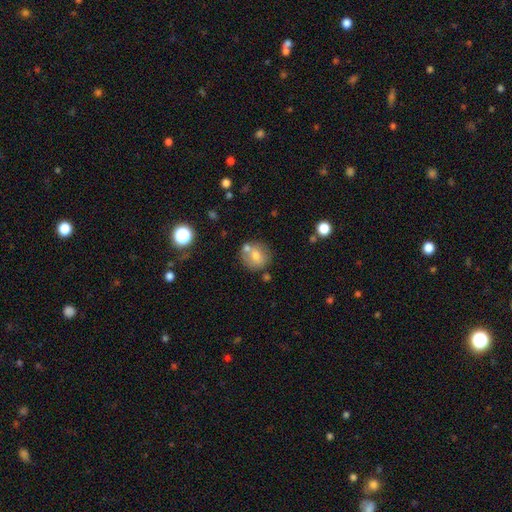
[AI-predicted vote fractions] This is likely a smooth galaxy (67%). How rounded: clearly round (84%). Merging: likely none (61%).